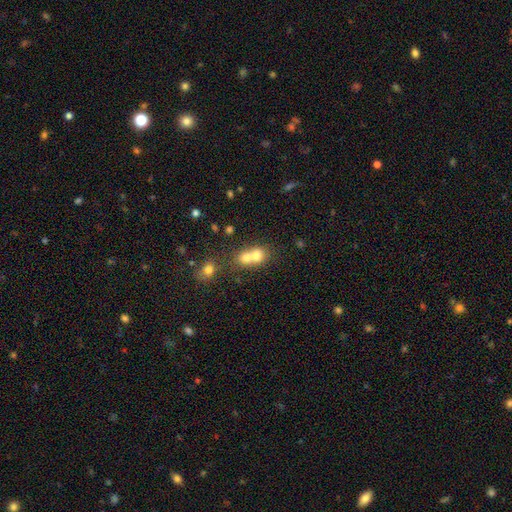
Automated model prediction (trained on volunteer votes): Smooth or featured? smooth (72%)
How rounded? round (66%)
Merging? merger (69%)